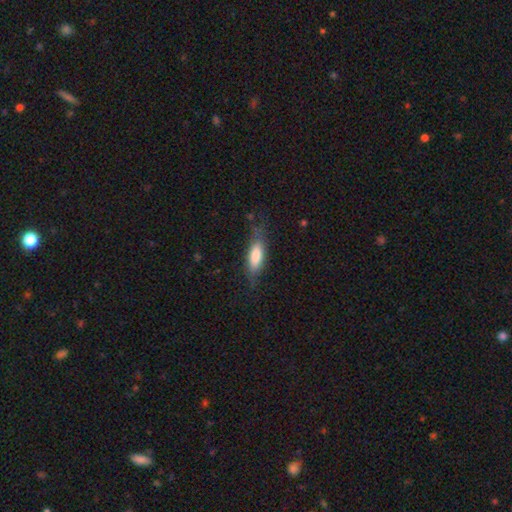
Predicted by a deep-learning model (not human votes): Morphology: type=smooth (73%); roundness=in between (60%); merging=none (71%).